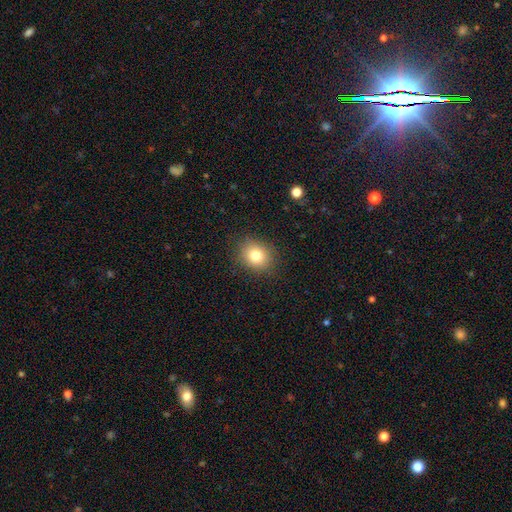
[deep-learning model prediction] Morphology: type=smooth (80%); roundness=round (65%); merging=none (88%).